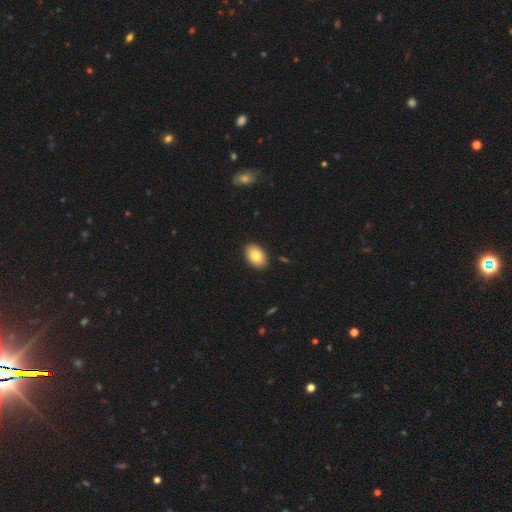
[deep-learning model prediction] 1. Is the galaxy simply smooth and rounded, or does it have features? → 83% smooth, 10% featured or disk, 7% star or artifact.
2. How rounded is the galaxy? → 91% in between, 8% round, 1% cigar-shaped.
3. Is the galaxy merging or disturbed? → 90% none, 7% minor disturbance, 2% major disturbance, 1% merger.